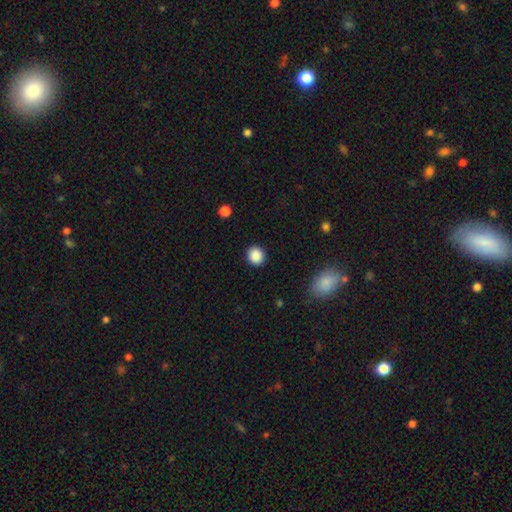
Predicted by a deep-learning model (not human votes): Smooth or featured? smooth (89%)
How rounded? round (86%)
Merging? none (91%)